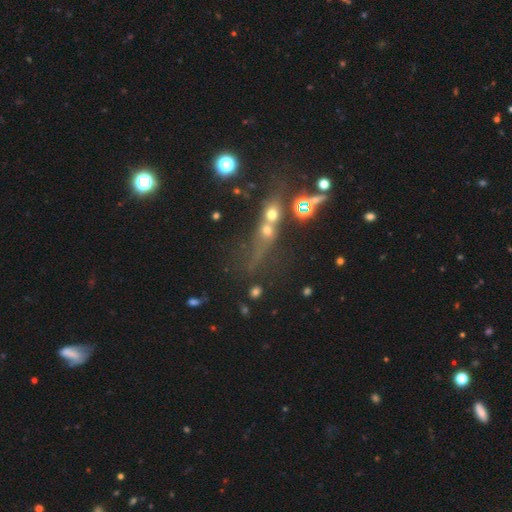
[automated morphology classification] Overall: star or artifact (37%; smooth 36%).